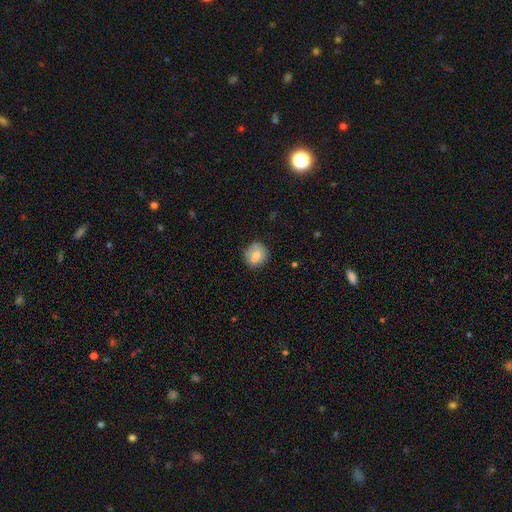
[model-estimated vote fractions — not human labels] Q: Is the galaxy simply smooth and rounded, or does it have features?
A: smooth — 74%.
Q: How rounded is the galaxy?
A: round — 81%.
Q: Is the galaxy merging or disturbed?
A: none — 63%.